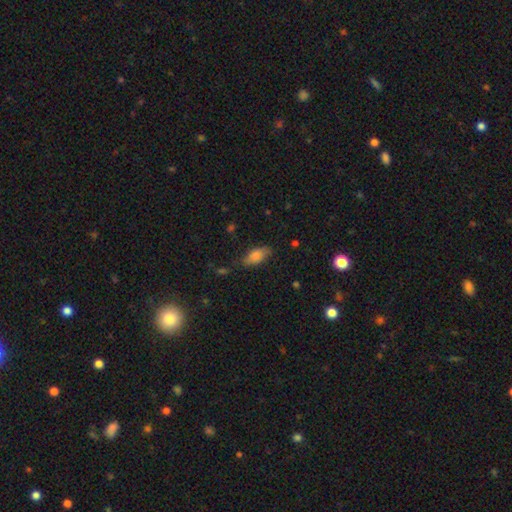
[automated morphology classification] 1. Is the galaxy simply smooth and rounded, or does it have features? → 78% smooth, 14% featured or disk, 8% star or artifact.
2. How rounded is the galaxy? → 84% in between, 13% cigar-shaped, 3% round.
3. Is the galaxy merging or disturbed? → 76% none, 18% minor disturbance, 4% major disturbance, 2% merger.